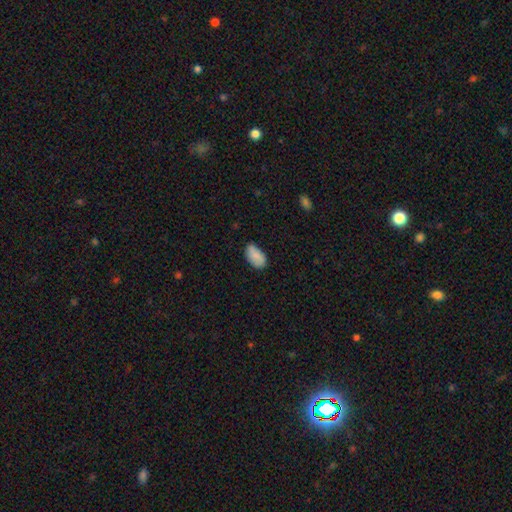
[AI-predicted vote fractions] A smooth galaxy with no disk features (85%) that is in between round and cigar-shaped (94%).

Vote fractions:
- Smooth or featured? smooth: 85% / featured or disk: 8% / star or artifact: 7%
- How rounded? in between: 94% / round: 4% / cigar-shaped: 2%
- Merging? none: 68% / minor disturbance: 26% / major disturbance: 4% / merger: 2%